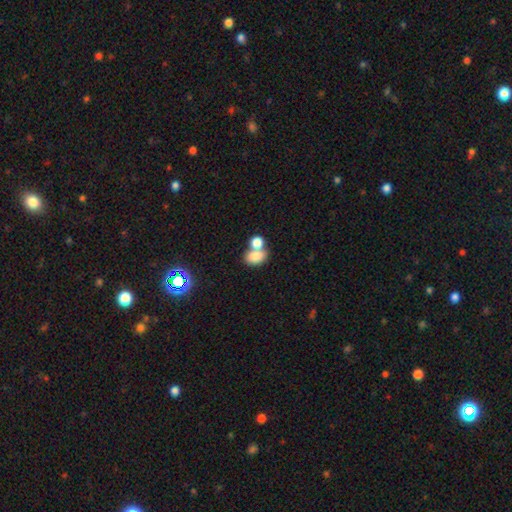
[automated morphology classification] Overall: smooth (79%). How rounded: in between (71%). Merging: merger (52%; none 35%).